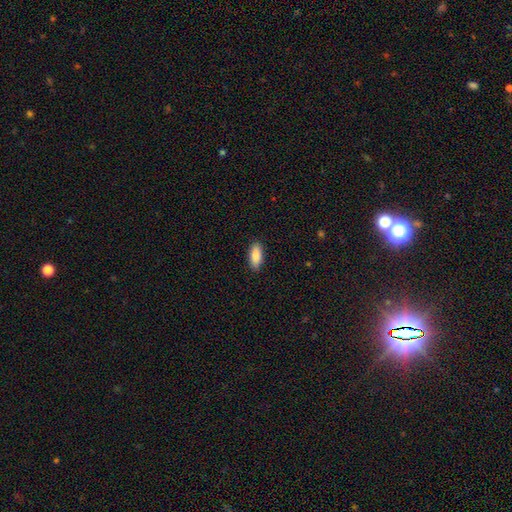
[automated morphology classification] This appears to be a smooth galaxy with no disk features (89%) that is in between round and cigar-shaped (85%). Merging: none (90%).